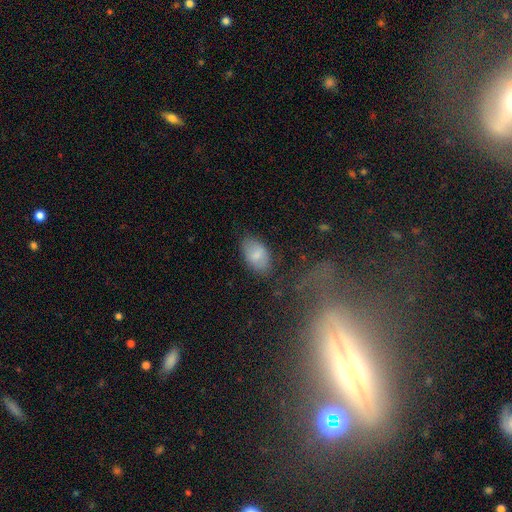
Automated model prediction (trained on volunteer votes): A smooth galaxy with no disk features (78%) that is in between round and cigar-shaped (92%).

Vote fractions:
- Smooth or featured? smooth: 78% / featured or disk: 15% / star or artifact: 8%
- How rounded? in between: 92% / round: 6% / cigar-shaped: 2%
- Merging? none: 76% / minor disturbance: 17% / major disturbance: 5% / merger: 3%